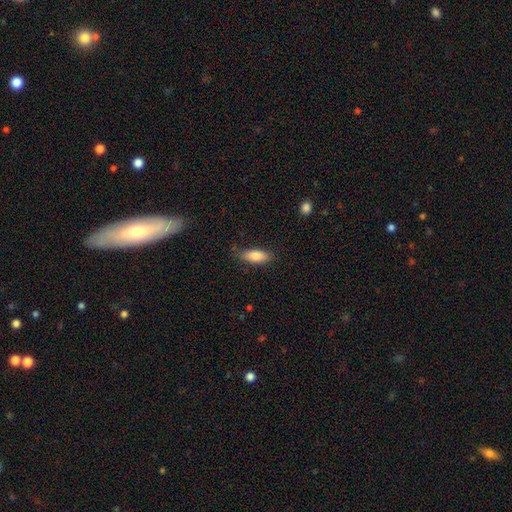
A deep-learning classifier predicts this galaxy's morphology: Smooth or featured? smooth (83%)
How rounded? in between (74%)
Merging? none (77%)